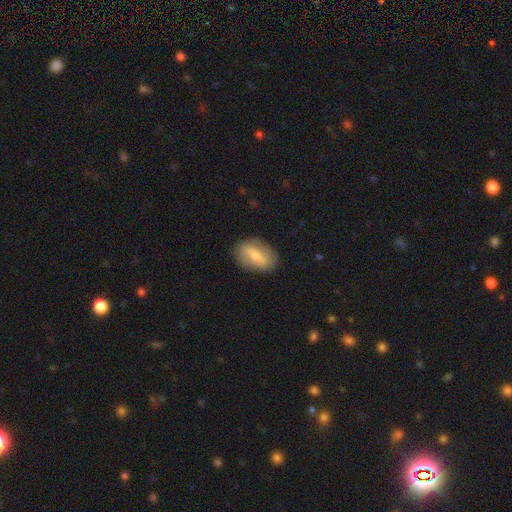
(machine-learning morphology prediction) Overall: smooth (55%; featured or disk 39%). How rounded: in between (84%). Merging: none (80%).